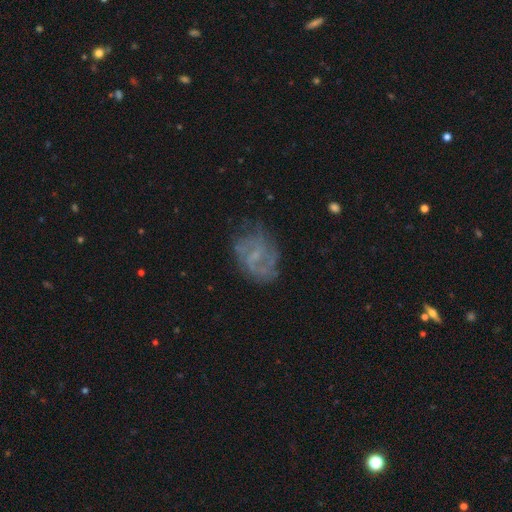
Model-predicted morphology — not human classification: A featured or disk galaxy (68%) with a weak bar (46%), spiral arms (74%) and a small central bulge (51%).

Vote fractions:
- Smooth or featured? featured or disk: 68% / smooth: 21% / star or artifact: 11%
- Edge-on disk? no: 97% / yes: 3%
- Bar? weak: 46% / no: 45% / strong: 9%
- Spiral arms? yes: 74% / no: 26%
- Bulge size? small: 51% / none: 35% / moderate: 12% / large: 1% / dominant: 1%
- Merging? none: 62% / minor disturbance: 22% / major disturbance: 15% / merger: 2%